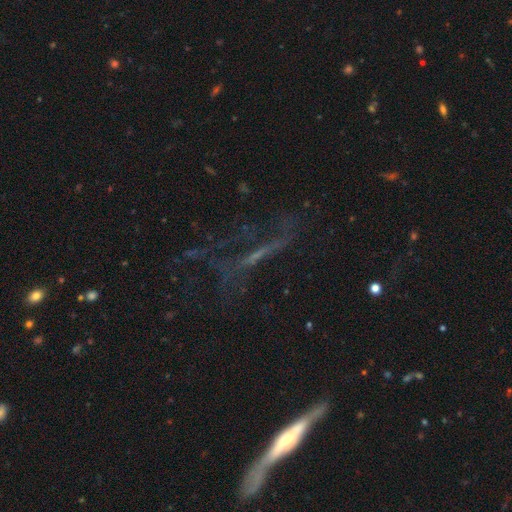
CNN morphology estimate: A featured or disk galaxy (48%).

Vote fractions:
- Smooth or featured? featured or disk: 48% / star or artifact: 33% / smooth: 20%
- Merging? none: 48% / major disturbance: 32% / minor disturbance: 15% / merger: 5%